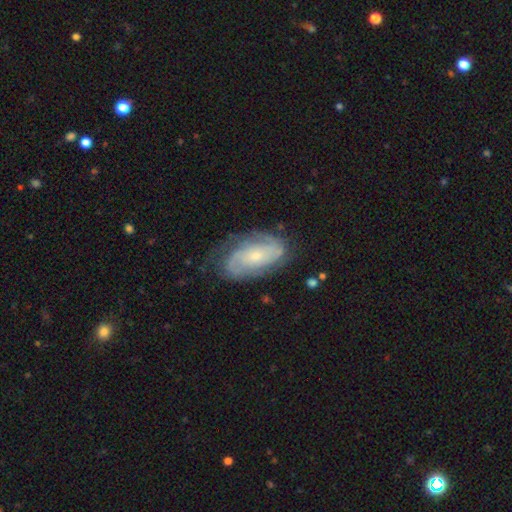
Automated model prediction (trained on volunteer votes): This is likely a featured or disk galaxy (79%). It is clearly not viewed edge-on (96%). Bar: likely no (68%). Spiral arm pattern: clearly yes (94%). Spiral arm count: possibly 2 (54%). Spiral winding: possibly tight (52%). Central bulge: likely small (68%). Merging: likely none (69%).